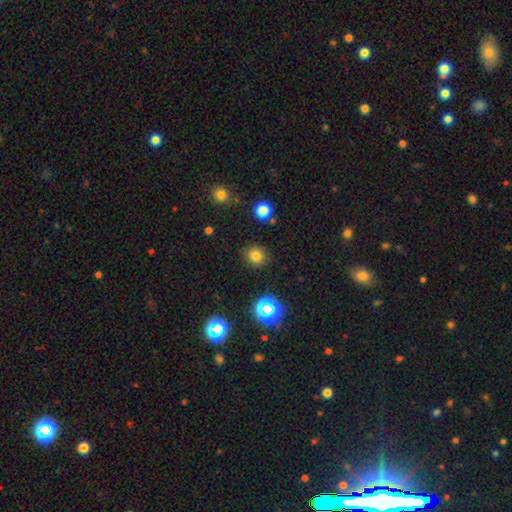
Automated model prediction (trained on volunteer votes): Morphology: type=smooth (77%); roundness=round (88%); merging=none (88%).